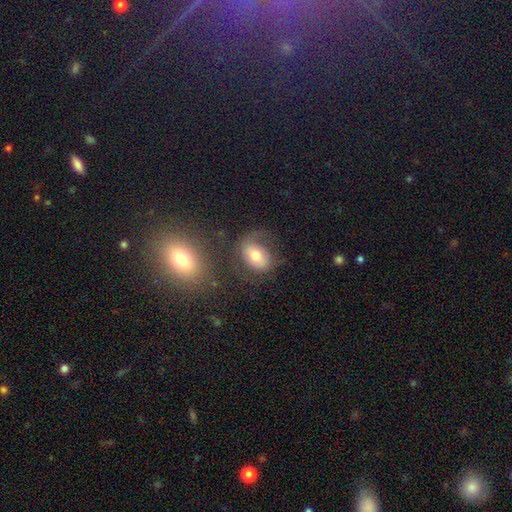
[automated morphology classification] Overall: smooth (57%; featured or disk 34%). How rounded: in between (73%). Merging: none (55%; minor disturbance 21%).